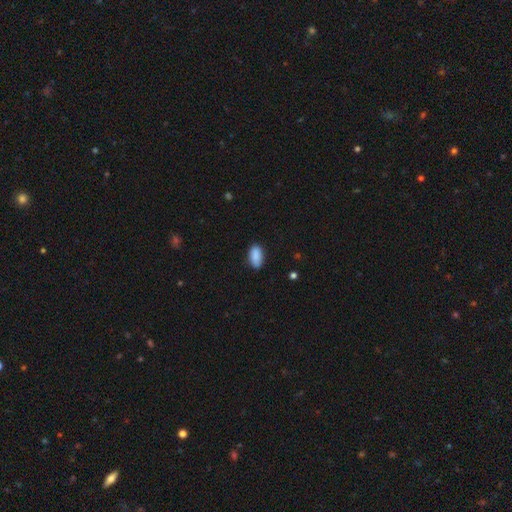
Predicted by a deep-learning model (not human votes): Overall: smooth (90%). How rounded: in between (93%). Merging: none (85%).